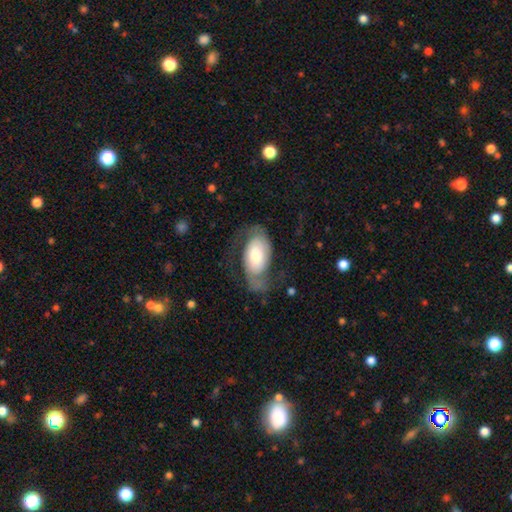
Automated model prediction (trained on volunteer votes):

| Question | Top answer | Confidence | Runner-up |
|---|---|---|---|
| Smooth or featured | featured or disk | 59% | smooth (35%) |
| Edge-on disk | no | 93% | yes (7%) |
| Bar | no | 65% | weak (25%) |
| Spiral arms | yes | 82% | no (18%) |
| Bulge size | moderate | 47% | small (22%) |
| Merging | none | 51% | major disturbance (25%) |